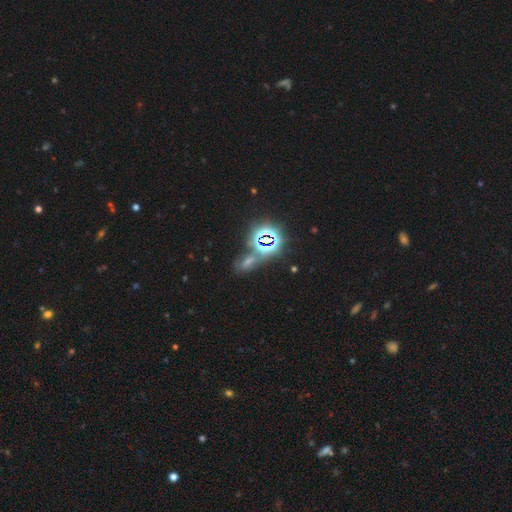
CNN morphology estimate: This is likely a star or artifact rather than a galaxy (65%).